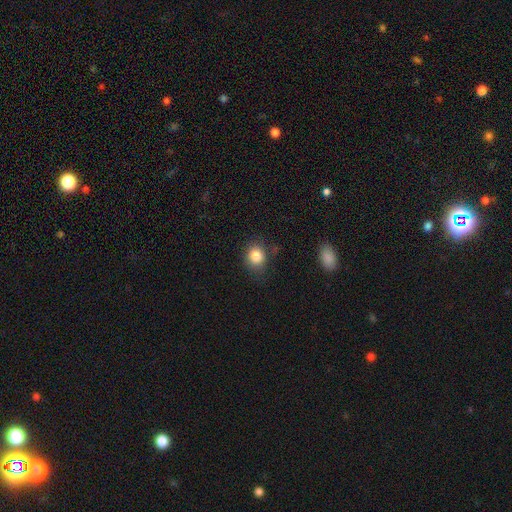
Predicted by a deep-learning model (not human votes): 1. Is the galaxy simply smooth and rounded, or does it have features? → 85% smooth, 9% star or artifact, 6% featured or disk.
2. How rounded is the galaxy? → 67% round, 32% in between, 1% cigar-shaped.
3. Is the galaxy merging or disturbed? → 73% none, 19% minor disturbance, 5% major disturbance, 3% merger.